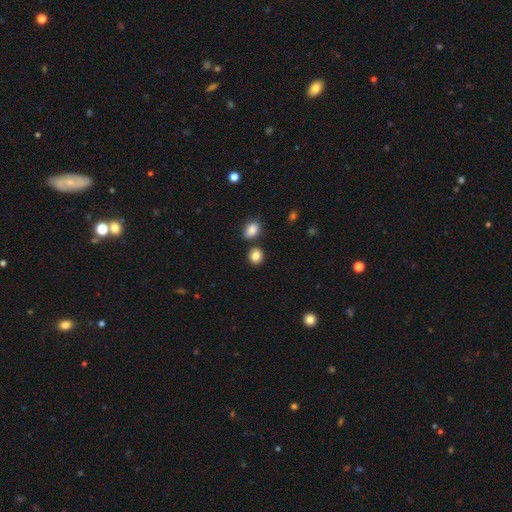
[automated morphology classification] Smooth or featured? Predicted: smooth (p=0.86). How rounded? Predicted: round (p=0.73). Merging? Predicted: none (p=0.78).